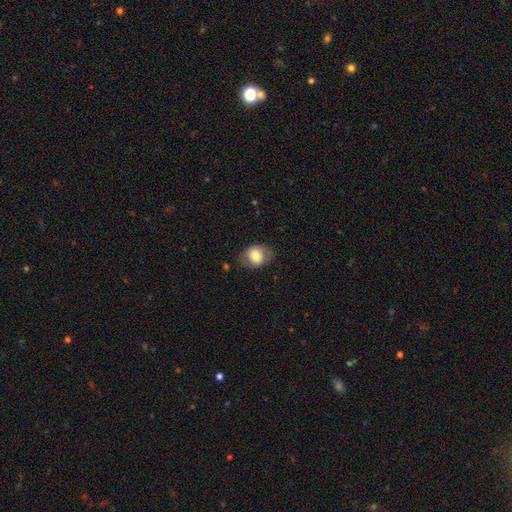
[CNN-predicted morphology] A smooth galaxy with no disk features (73%) that is in between round and cigar-shaped (54%).

Vote fractions:
- Smooth or featured? smooth: 73% / featured or disk: 19% / star or artifact: 8%
- How rounded? in between: 54% / round: 45% / cigar-shaped: 1%
- Merging? none: 73% / minor disturbance: 18% / major disturbance: 7% / merger: 1%